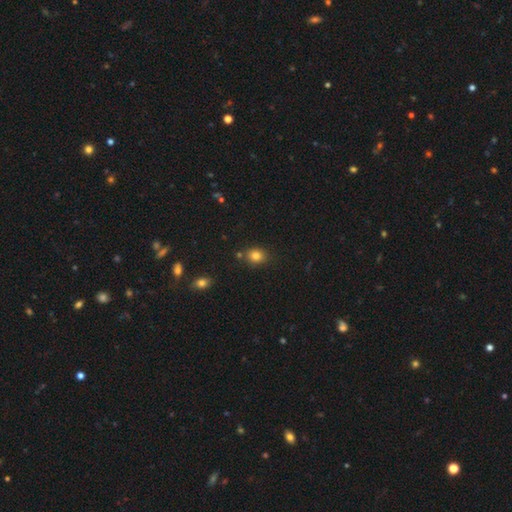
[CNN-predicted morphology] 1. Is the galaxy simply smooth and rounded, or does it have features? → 83% smooth, 11% star or artifact, 6% featured or disk.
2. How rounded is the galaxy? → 57% round, 42% in between, 1% cigar-shaped.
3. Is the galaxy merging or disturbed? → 78% none, 12% minor disturbance, 7% merger, 3% major disturbance.